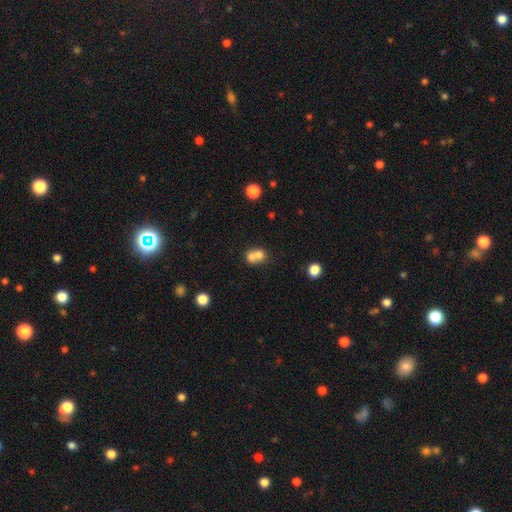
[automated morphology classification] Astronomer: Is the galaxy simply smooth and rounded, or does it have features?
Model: smooth — 70%.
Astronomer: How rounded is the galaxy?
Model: round — 69%.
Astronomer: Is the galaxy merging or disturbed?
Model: merger — 67%.